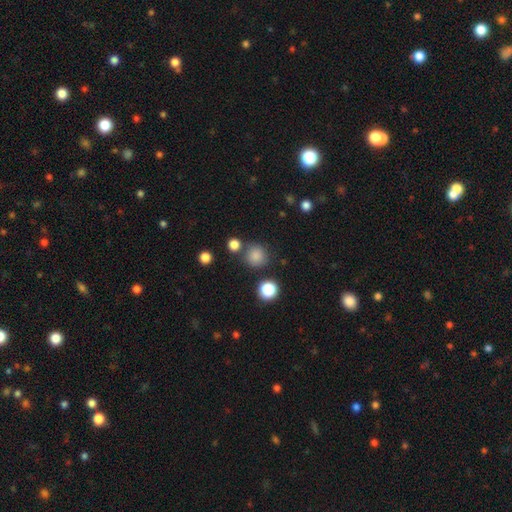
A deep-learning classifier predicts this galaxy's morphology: This is clearly a smooth galaxy (82%). How rounded: clearly round (91%). Merging: likely none (78%).